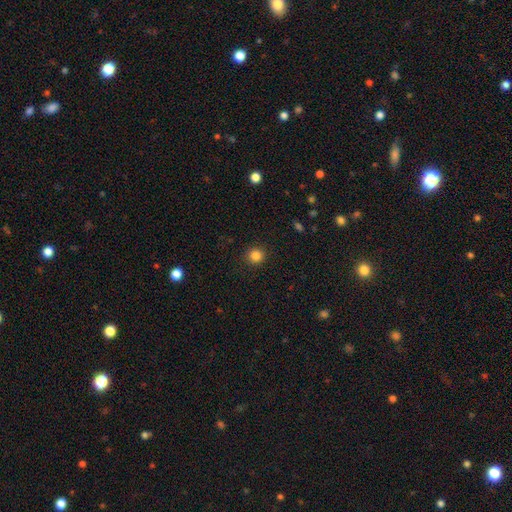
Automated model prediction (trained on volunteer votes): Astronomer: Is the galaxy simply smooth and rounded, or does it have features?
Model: smooth — 84%.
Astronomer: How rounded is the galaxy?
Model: round — 92%.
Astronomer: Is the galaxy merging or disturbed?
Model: none — 91%.